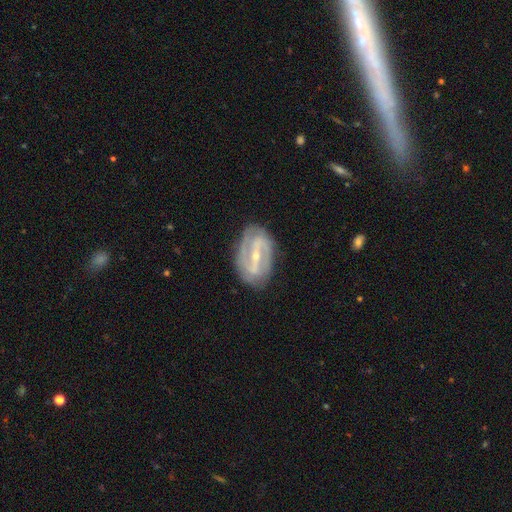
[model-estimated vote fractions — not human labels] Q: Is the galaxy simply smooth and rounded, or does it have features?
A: featured or disk — 87%.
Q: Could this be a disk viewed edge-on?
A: no — 94%.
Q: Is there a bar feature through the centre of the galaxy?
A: strong — 67%.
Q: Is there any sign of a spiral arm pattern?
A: yes — 90%.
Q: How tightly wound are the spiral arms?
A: medium — 42%.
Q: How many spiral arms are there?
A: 2 — 81%.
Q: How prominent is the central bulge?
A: small — 65%.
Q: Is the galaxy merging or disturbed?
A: none — 81%.